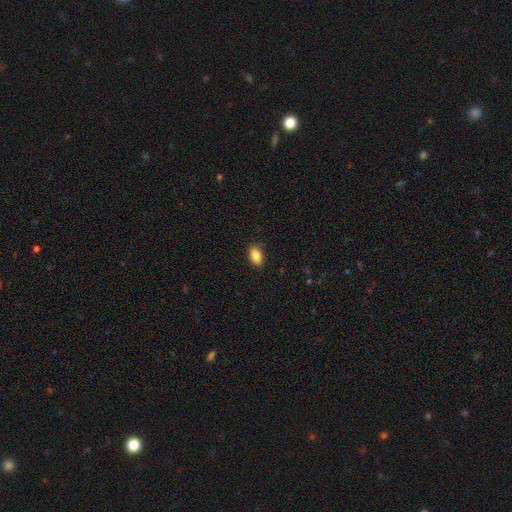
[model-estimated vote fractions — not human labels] Overall: smooth (85%). How rounded: in between (89%). Merging: none (88%).